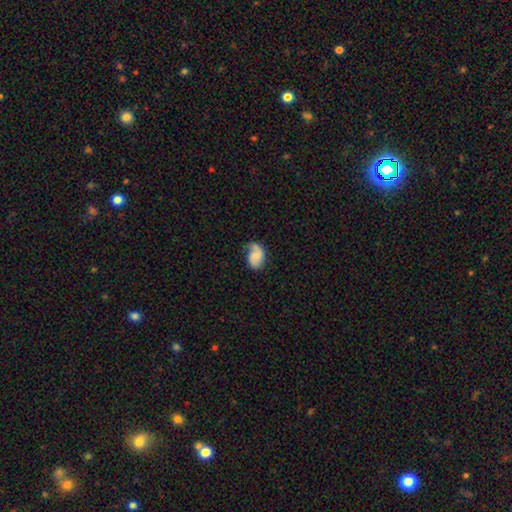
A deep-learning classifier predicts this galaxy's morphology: type=smooth (47%); merging=none (45%).